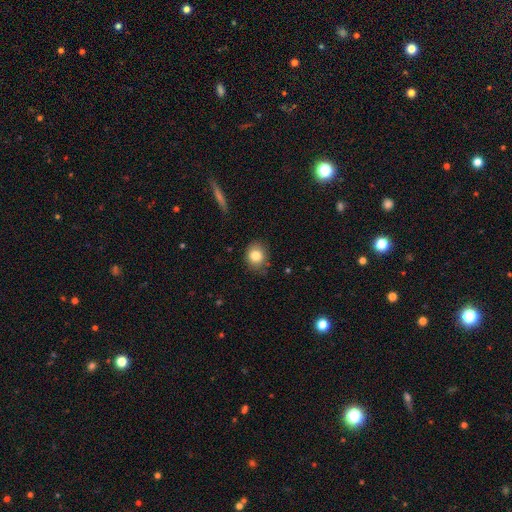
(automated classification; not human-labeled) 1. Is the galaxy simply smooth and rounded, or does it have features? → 81% smooth, 10% star or artifact, 9% featured or disk.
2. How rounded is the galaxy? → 68% round, 31% in between, 1% cigar-shaped.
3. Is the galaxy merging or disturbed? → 80% none, 15% minor disturbance, 3% major disturbance, 2% merger.